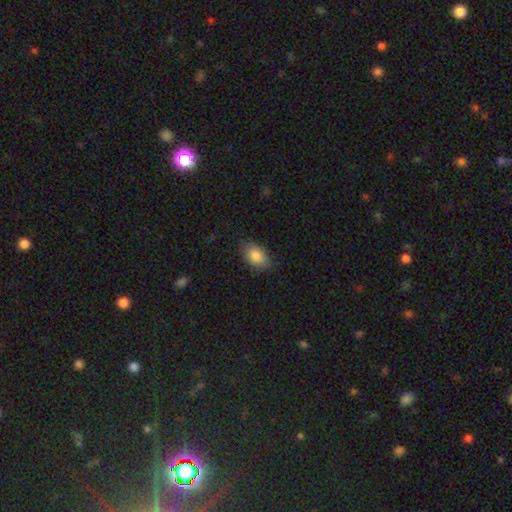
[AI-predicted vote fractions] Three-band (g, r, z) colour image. It shows a smooth galaxy with no disk features (86%) that is in between round and cigar-shaped (89%). Merging: none (80%).